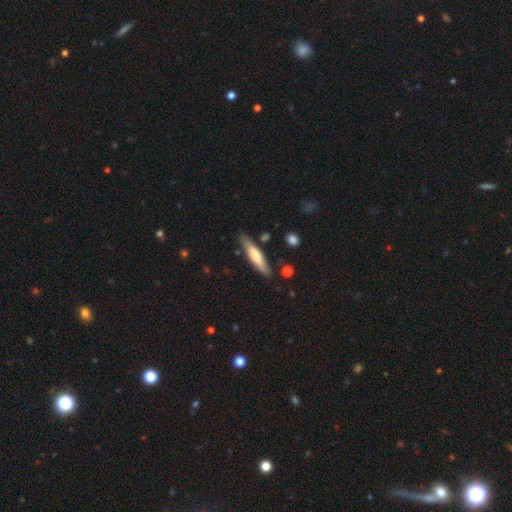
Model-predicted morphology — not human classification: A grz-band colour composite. It shows a smooth galaxy with no disk features (60%) that is cigar-shaped (83%). Merging: none (84%).